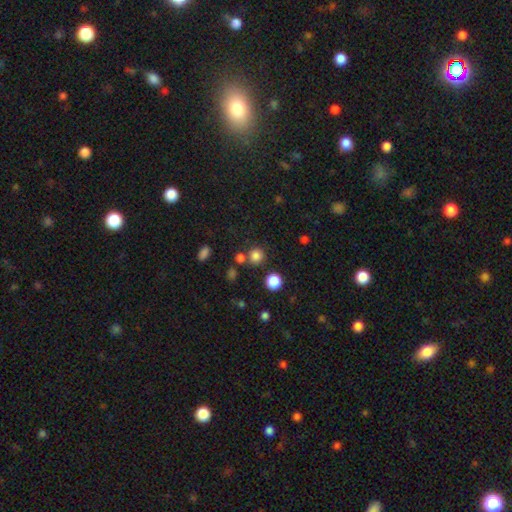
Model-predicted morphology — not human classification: A smooth galaxy with no disk features (80%) that is round (91%).

Vote fractions:
- Smooth or featured? smooth: 80% / star or artifact: 15% / featured or disk: 5%
- How rounded? round: 91% / in between: 8% / cigar-shaped: 1%
- Merging? none: 76% / merger: 12% / minor disturbance: 8% / major disturbance: 4%